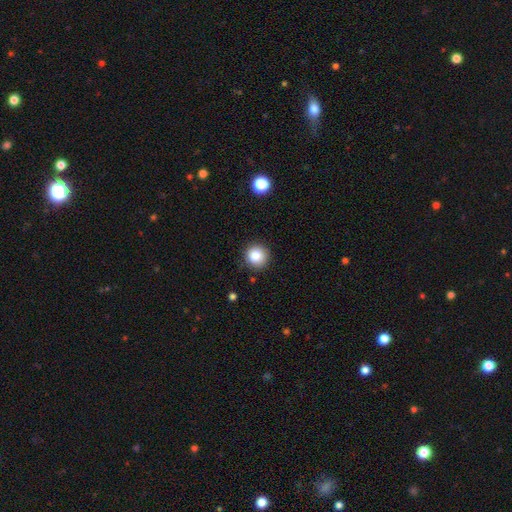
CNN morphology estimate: Q: Smooth or featured?
A: smooth (85%); runner-up: star or artifact (10%)
Q: How rounded?
A: round (93%); runner-up: in between (6%)
Q: Merging?
A: none (88%); runner-up: minor disturbance (8%)